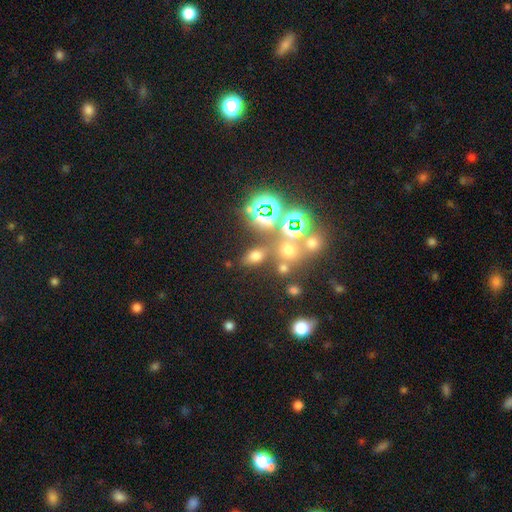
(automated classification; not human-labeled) smooth_or_featured: smooth (p=0.57) [alt: star or artifact p=0.33]
how_rounded: in between (p=0.71) [alt: round p=0.25]
merging: none (p=0.67) [alt: merger p=0.16]